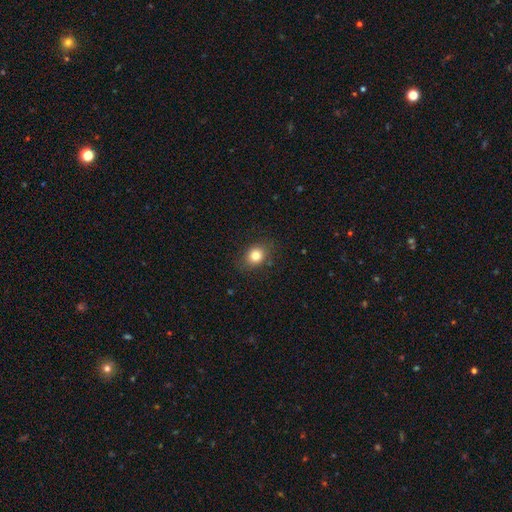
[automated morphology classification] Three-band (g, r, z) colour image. It shows a smooth galaxy with no disk features (80%) that is round (65%). Merging: none (81%).